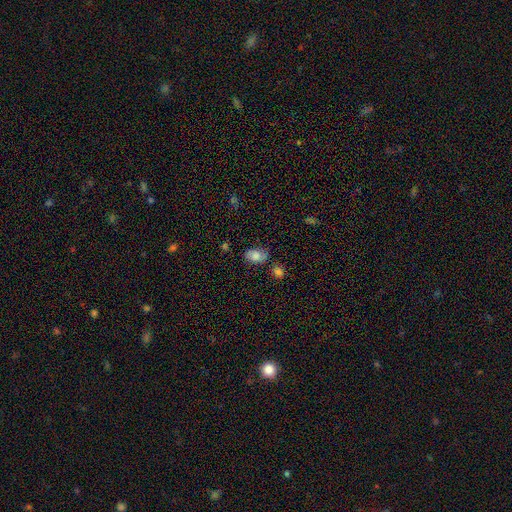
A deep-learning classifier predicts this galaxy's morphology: The model was most divided on "merging": none: 63%, minor disturbance: 24%, major disturbance: 6%, merger: 6%. More confident: how rounded — in between (85%); smooth or featured — smooth (70%).